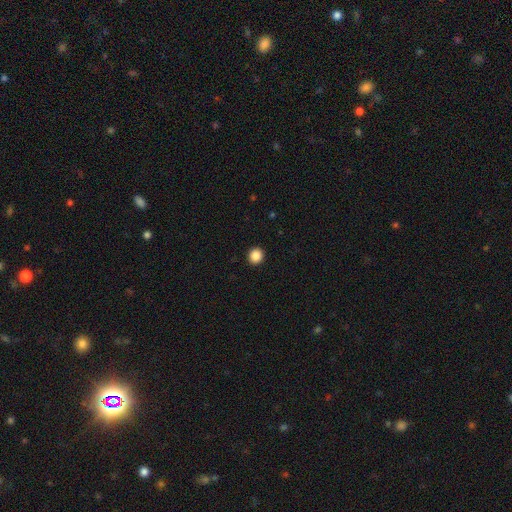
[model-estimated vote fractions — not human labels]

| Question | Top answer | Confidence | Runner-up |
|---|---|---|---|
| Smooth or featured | smooth | 88% | star or artifact (10%) |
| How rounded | round | 92% | in between (7%) |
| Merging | none | 94% | minor disturbance (4%) |